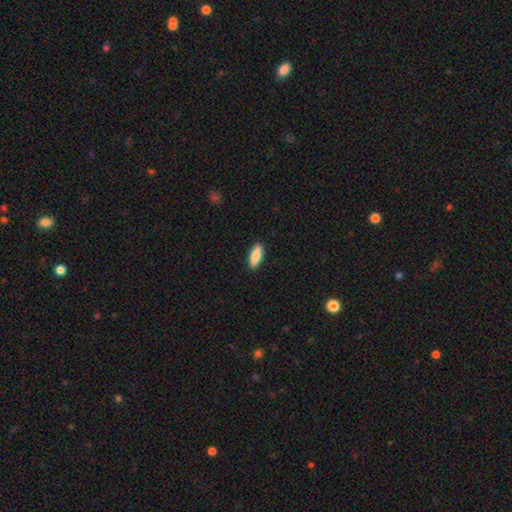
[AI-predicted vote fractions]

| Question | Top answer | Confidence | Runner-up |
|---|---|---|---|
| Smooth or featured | smooth | 84% | featured or disk (10%) |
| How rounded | in between | 64% | cigar-shaped (34%) |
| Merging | none | 91% | minor disturbance (7%) |